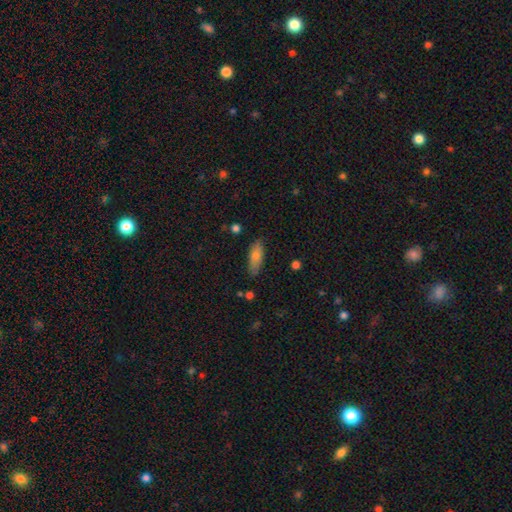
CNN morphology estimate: Smooth or featured? Predicted: smooth (p=0.75). How rounded? Predicted: in between (p=0.69). Merging? Predicted: none (p=0.80).